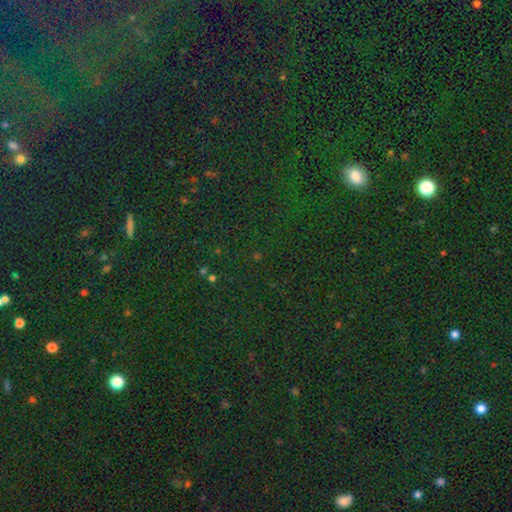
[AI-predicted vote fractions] This is likely a star or artifact rather than a galaxy (79%).